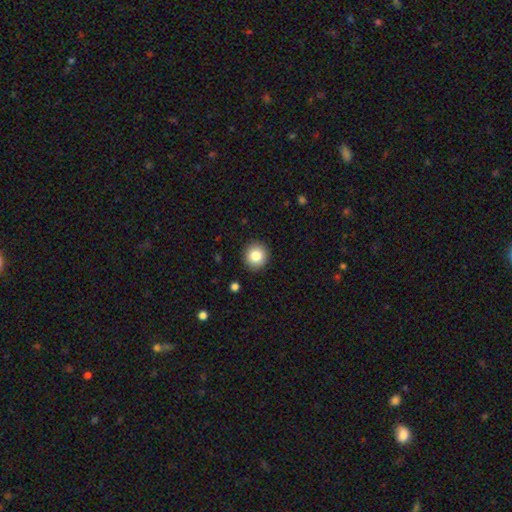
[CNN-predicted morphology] smooth-or-featured: smooth: 84% | star or artifact: 9% | featured or disk: 7%
  how-rounded: round: 92% | in between: 8% | cigar-shaped: 1%
  merging: none: 92% | minor disturbance: 5% | major disturbance: 2% | merger: 1%